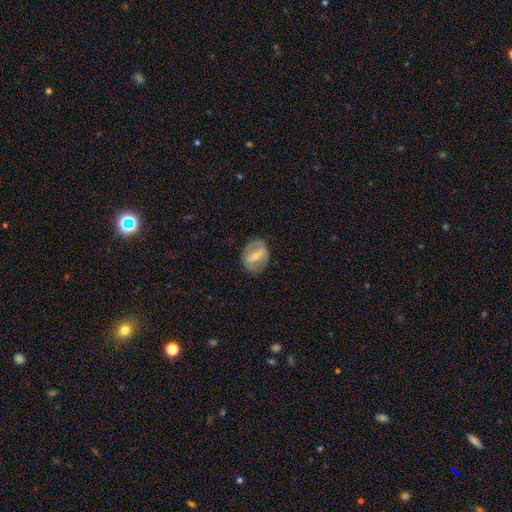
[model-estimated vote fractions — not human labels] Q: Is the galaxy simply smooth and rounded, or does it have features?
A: featured or disk — 55%.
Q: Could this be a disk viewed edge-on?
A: no — 91%.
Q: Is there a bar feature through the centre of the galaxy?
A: strong — 59%.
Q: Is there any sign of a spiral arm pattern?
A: no — 69%.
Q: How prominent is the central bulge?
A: small — 58%.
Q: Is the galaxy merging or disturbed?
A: none — 79%.